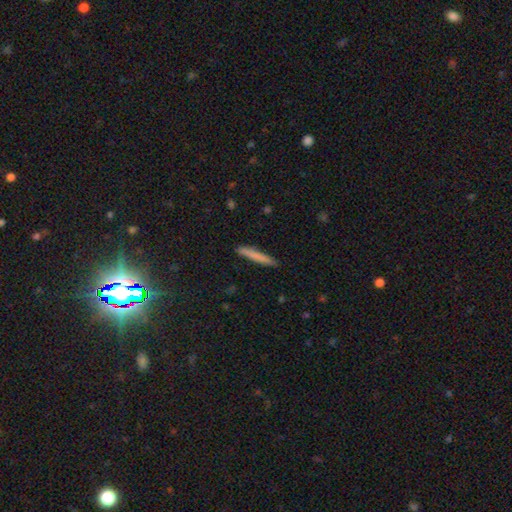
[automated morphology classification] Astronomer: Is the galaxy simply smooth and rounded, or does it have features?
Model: smooth — 75%.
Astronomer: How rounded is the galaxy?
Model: cigar-shaped — 96%.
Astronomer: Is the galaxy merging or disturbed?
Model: none — 90%.